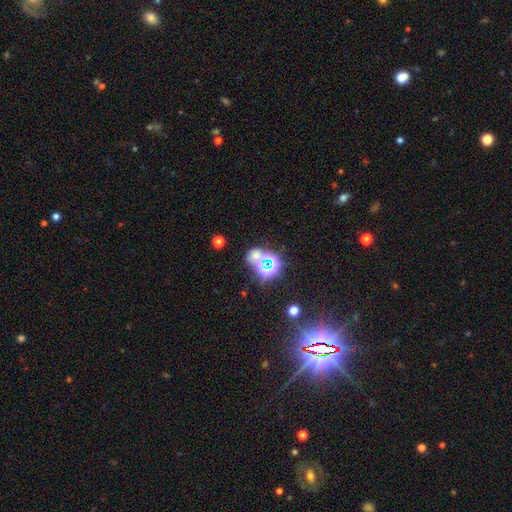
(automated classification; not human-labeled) smooth_or_featured: star or artifact (p=0.53) [alt: smooth p=0.35]